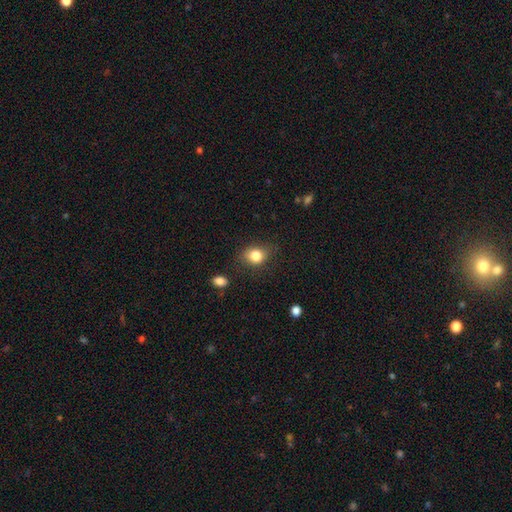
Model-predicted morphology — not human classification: This appears to be a smooth galaxy with no disk features (82%) that is in between round and cigar-shaped (52%). Merging: none (75%).